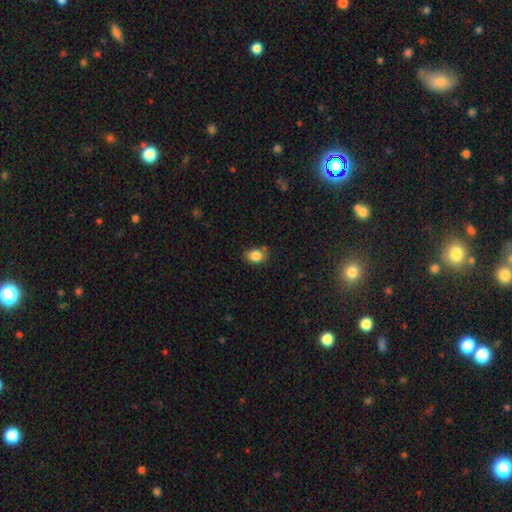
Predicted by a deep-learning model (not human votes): Smooth or featured? smooth (85%)
How rounded? in between (69%)
Merging? none (73%)